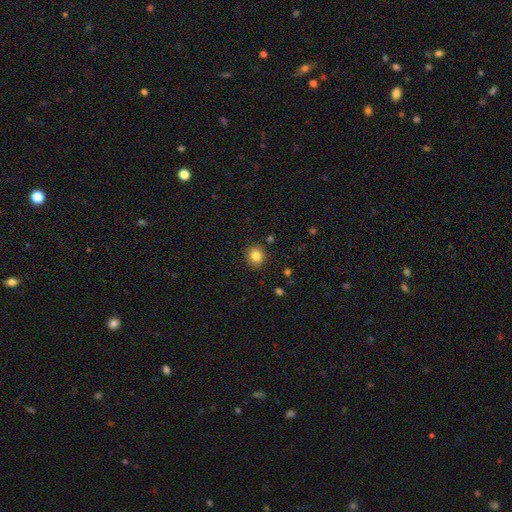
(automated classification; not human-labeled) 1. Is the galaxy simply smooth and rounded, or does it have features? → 83% smooth, 11% star or artifact, 6% featured or disk.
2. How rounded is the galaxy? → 79% round, 20% in between, 1% cigar-shaped.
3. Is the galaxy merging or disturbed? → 88% none, 8% minor disturbance, 2% major disturbance, 2% merger.